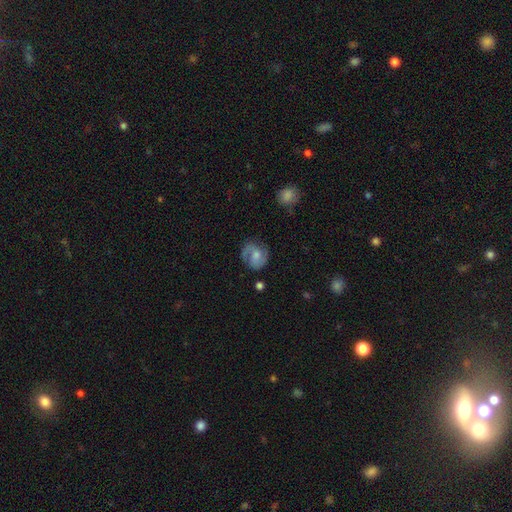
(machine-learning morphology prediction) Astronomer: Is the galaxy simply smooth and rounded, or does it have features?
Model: featured or disk — 67%.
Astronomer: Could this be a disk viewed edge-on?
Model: no — 98%.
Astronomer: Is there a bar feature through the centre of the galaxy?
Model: no — 57% (runner-up: weak, 37%).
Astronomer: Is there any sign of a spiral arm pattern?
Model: yes — 92%.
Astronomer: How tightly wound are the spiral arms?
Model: medium — 48% (runner-up: tight, 32%).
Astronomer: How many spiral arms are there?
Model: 2 — 76%.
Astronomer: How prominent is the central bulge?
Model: moderate — 48% (runner-up: small, 31%).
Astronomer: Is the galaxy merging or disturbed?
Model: none — 69%.